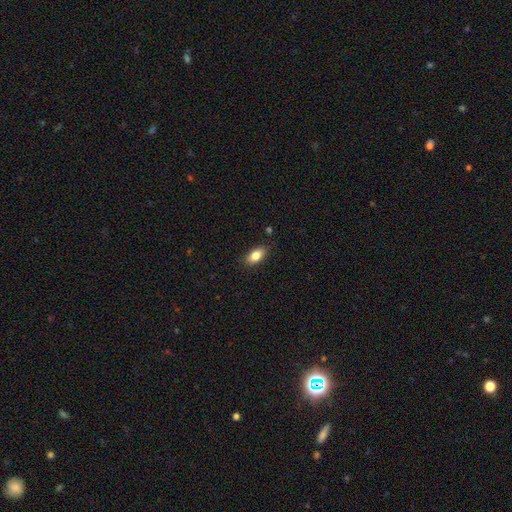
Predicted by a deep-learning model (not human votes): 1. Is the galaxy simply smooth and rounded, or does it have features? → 83% smooth, 10% featured or disk, 7% star or artifact.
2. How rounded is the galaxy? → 89% in between, 7% cigar-shaped, 4% round.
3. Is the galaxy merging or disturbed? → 86% none, 11% minor disturbance, 2% major disturbance, 1% merger.